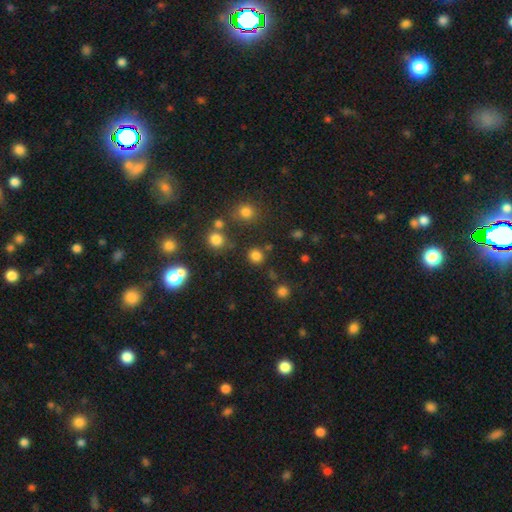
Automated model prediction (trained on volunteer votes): The model was most divided on "smooth or featured": smooth: 79%, star or artifact: 17%, featured or disk: 4%. More confident: how rounded — round (90%); merging — none (82%).